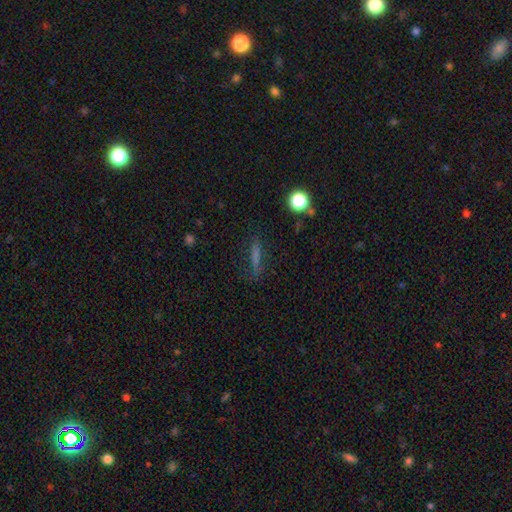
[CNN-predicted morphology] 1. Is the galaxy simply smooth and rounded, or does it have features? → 55% smooth, 25% featured or disk, 19% star or artifact.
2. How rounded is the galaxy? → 83% cigar-shaped, 12% in between, 5% round.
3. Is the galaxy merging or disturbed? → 76% none, 15% minor disturbance, 6% major disturbance, 2% merger.